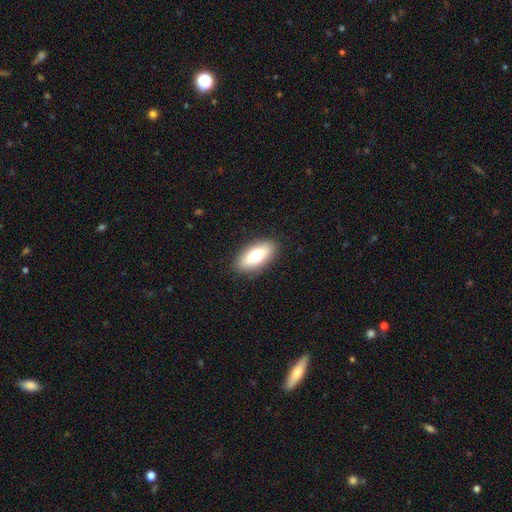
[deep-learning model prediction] Smooth or featured? Predicted: smooth (p=0.72). How rounded? Predicted: in between (p=0.85). Merging? Predicted: none (p=0.89).